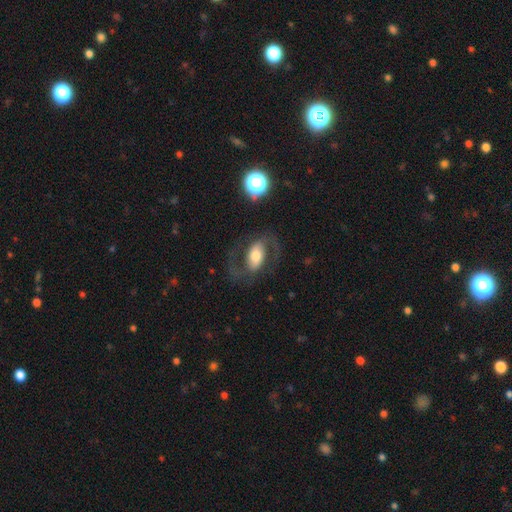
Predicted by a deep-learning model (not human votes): Morphology: type=featured or disk (67%); edge-on=no (95%); bar=weak (36%); spiral arms=yes (84%); winding=medium (50%); arm count=2 (90%); bulge=moderate (54%); merging=none (70%).